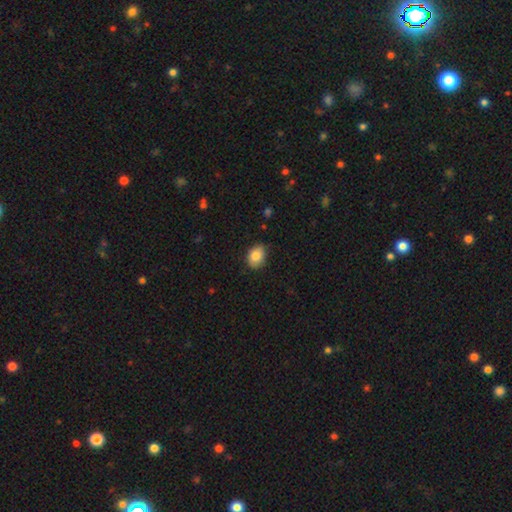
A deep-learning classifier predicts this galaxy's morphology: This appears to be a smooth galaxy with no disk features (84%) that is in between round and cigar-shaped (72%). Merging: none (78%).